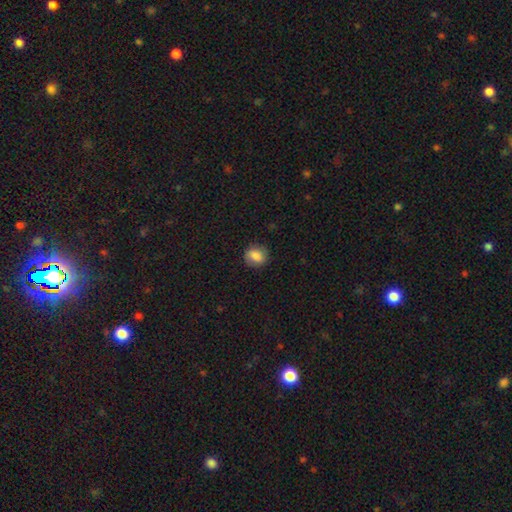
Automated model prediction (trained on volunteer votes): This appears to be a smooth galaxy with no disk features (79%) that is round (68%). Merging: none (84%).